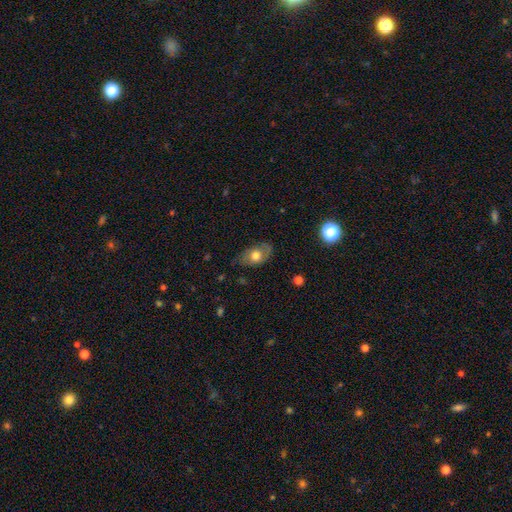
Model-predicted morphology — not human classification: smooth 66%, featured or disk 26%, star or artifact 8%. Down the decision tree: how rounded — in between (86%); merging — none (71%).